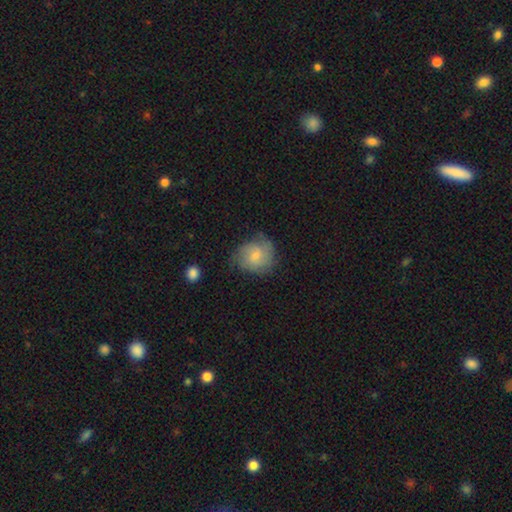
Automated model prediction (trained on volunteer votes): smooth_or_featured: smooth (p=0.48) [alt: featured or disk p=0.45]
merging: none (p=0.63) [alt: minor disturbance p=0.25]